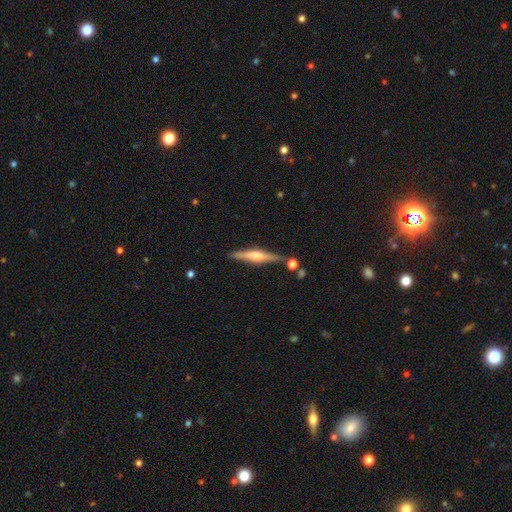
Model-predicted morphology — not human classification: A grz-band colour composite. It shows a featured or disk galaxy (68%) viewed edge-on (97%) with a rounded central bulge (76%). Merging: none (81%).